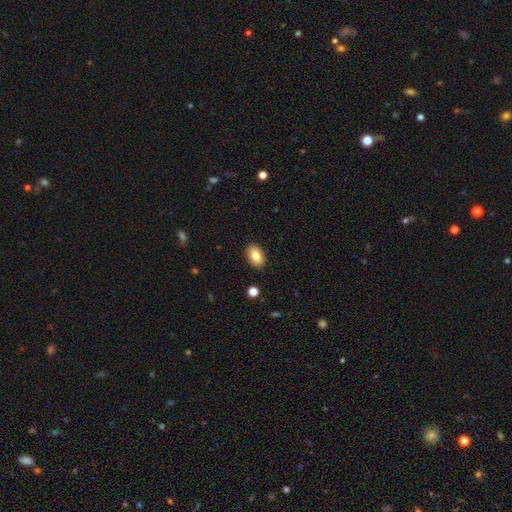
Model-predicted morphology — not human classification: type=smooth (82%); roundness=in between (88%); merging=none (89%).